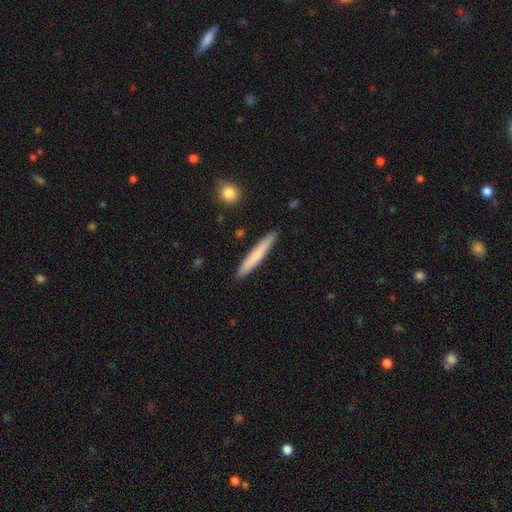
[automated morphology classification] This appears to be a smooth galaxy with no disk features (73%) that is cigar-shaped (96%). Merging: none (91%).